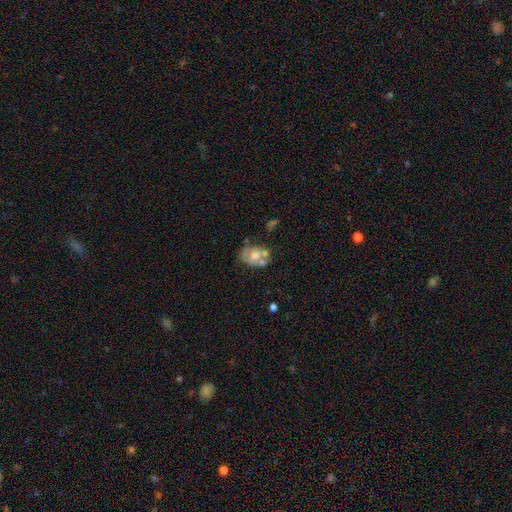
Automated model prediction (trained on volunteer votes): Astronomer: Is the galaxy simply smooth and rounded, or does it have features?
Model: featured or disk — 47% (runner-up: smooth, 44%).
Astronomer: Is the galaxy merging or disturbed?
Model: none — 34% (runner-up: merger, 32%).